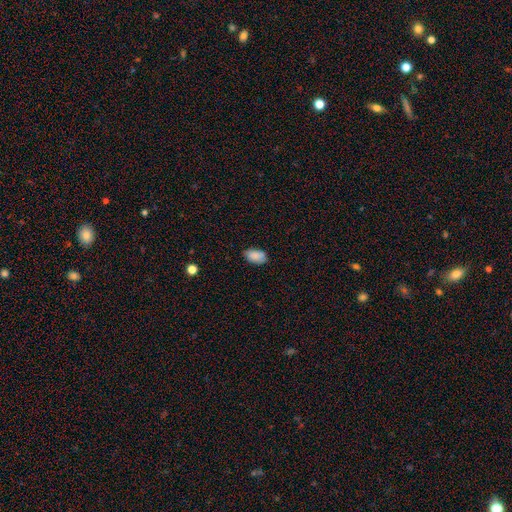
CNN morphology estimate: smooth_or_featured: smooth (p=0.86) [alt: star or artifact p=0.07]
how_rounded: in between (p=0.94) [alt: round p=0.04]
merging: none (p=0.78) [alt: minor disturbance p=0.18]